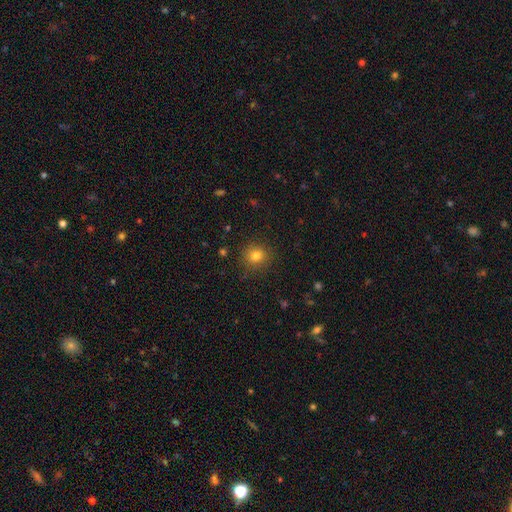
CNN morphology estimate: Smooth or featured?
  - smooth: 80% *
  - star or artifact: 13%
  - featured or disk: 6%
How rounded?
  - round: 87% *
  - in between: 12%
  - cigar-shaped: 1%
Merging?
  - none: 87% *
  - minor disturbance: 9%
  - major disturbance: 3%
  - merger: 1%